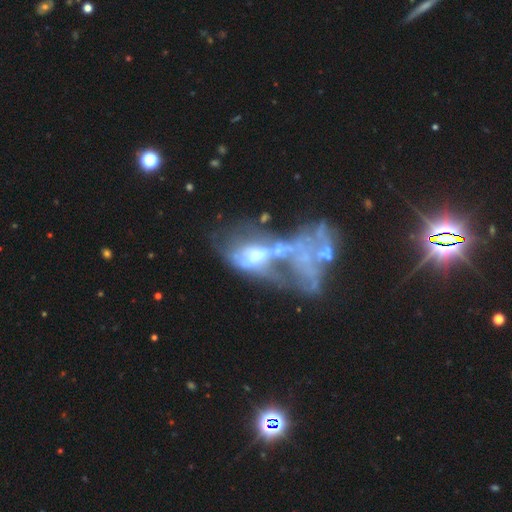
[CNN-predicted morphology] Overall: featured or disk (64%). Edge-on disk: no (95%). Bar: no (81%). Spiral arms: no (81%). Bulge size: moderate (37%; none 29%). Merging: merger (50%; major disturbance 34%).